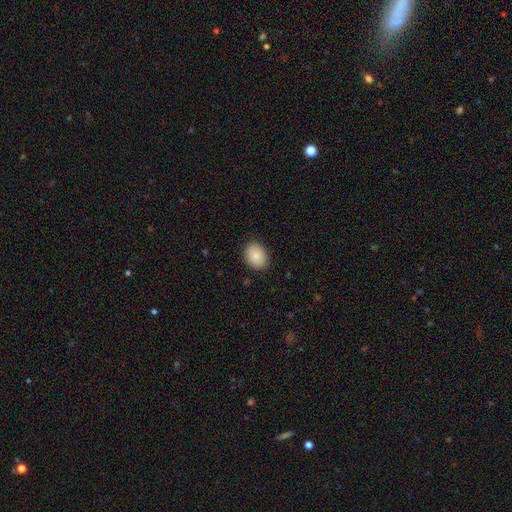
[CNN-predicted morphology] Smooth or featured? smooth (87%)
How rounded? in between (67%)
Merging? none (88%)